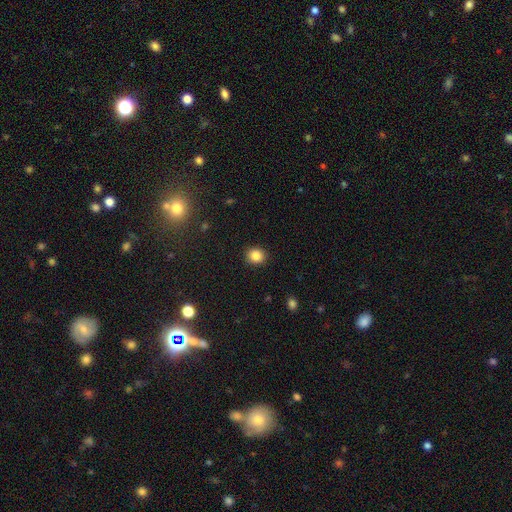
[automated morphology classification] type=smooth (85%); roundness=round (79%); merging=none (90%).